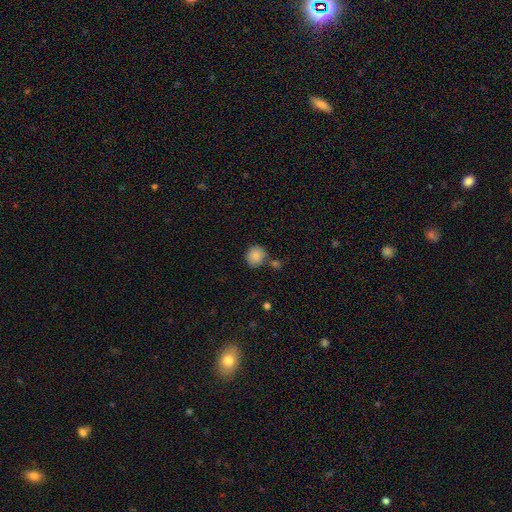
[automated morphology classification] smooth 85%, star or artifact 9%, featured or disk 6%. Down the decision tree: how rounded — round (86%); merging — none (71%).